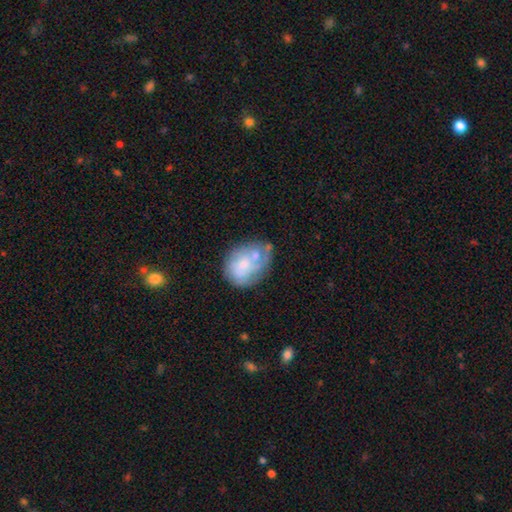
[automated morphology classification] featured or disk 49%, smooth 43%, star or artifact 8%. Down the decision tree: merging — none (44%).